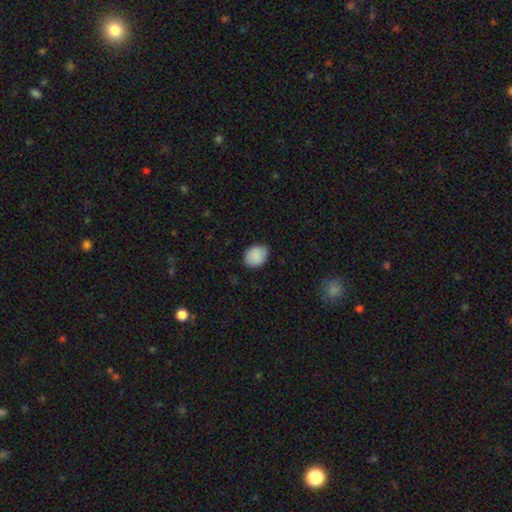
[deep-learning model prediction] smooth-or-featured: smooth: 88% | star or artifact: 7% | featured or disk: 5%
  how-rounded: in between: 51% | round: 49% | cigar-shaped: 1%
  merging: none: 77% | minor disturbance: 19% | major disturbance: 3% | merger: 1%